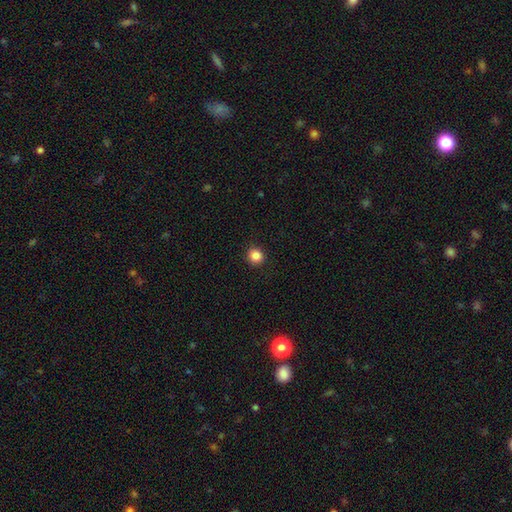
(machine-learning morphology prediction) Overall: smooth (85%). How rounded: round (92%). Merging: none (92%).